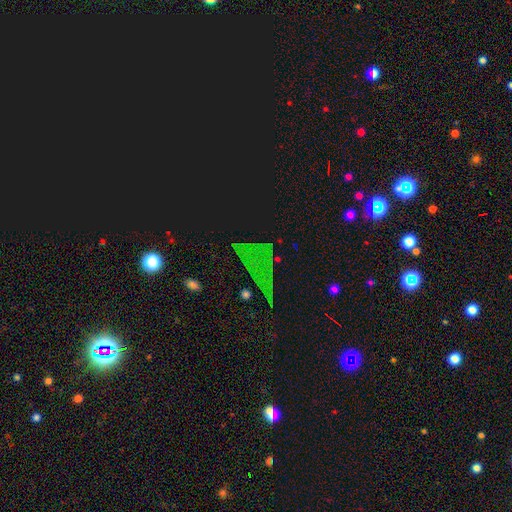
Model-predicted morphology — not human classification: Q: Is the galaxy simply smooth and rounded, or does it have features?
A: star or artifact — 69%.